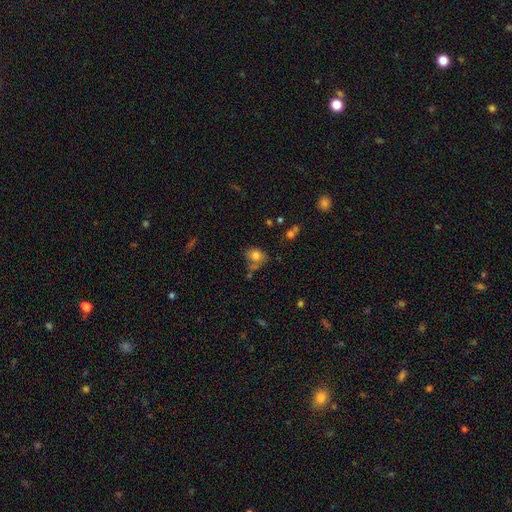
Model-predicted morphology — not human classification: Q: Smooth or featured?
A: smooth (78%); runner-up: featured or disk (11%)
Q: How rounded?
A: round (55%); runner-up: in between (43%)
Q: Merging?
A: none (57%); runner-up: minor disturbance (23%)